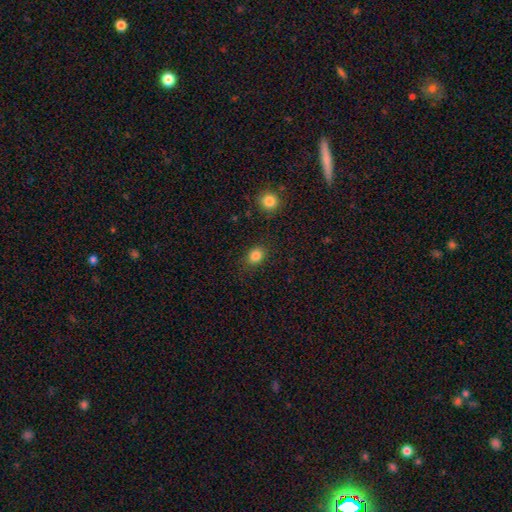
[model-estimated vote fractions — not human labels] Smooth or featured? smooth (84%)
How rounded? in between (52%)
Merging? none (84%)